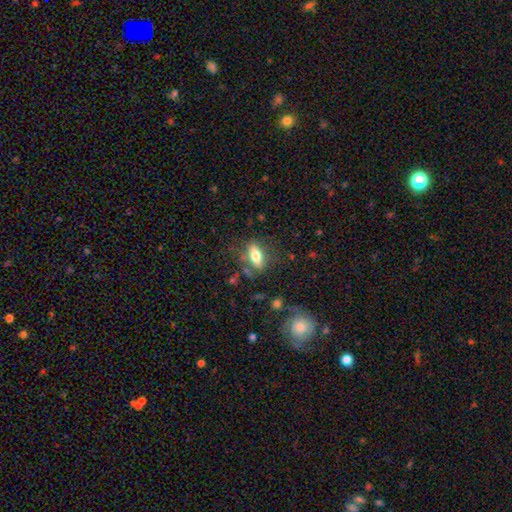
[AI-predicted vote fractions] smooth_or_featured: smooth (p=0.69) [alt: featured or disk p=0.22]
how_rounded: in between (p=0.74) [alt: cigar-shaped p=0.21]
merging: none (p=0.72) [alt: minor disturbance p=0.17]